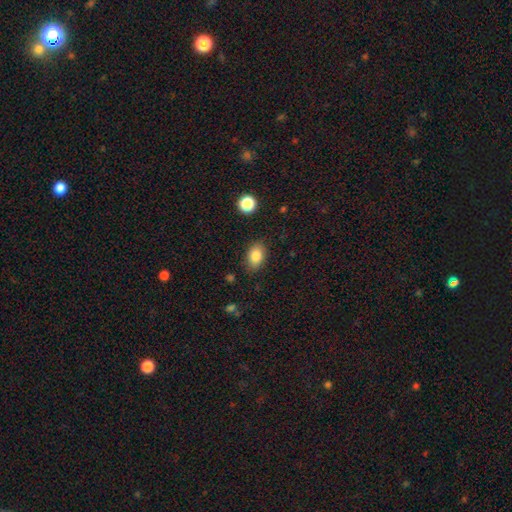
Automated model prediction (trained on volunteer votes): A smooth galaxy with no disk features (84%) that is in between round and cigar-shaped (85%). Merging: none (84%).